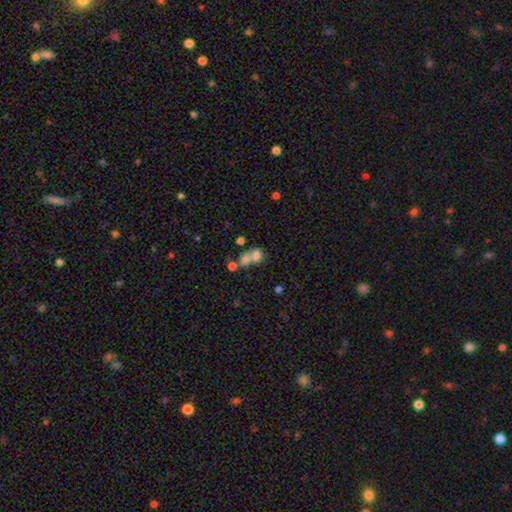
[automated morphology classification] The model was most divided on "how rounded": in between: 63%, round: 35%, cigar-shaped: 2%. More confident: smooth or featured — smooth (68%); merging — merger (63%).